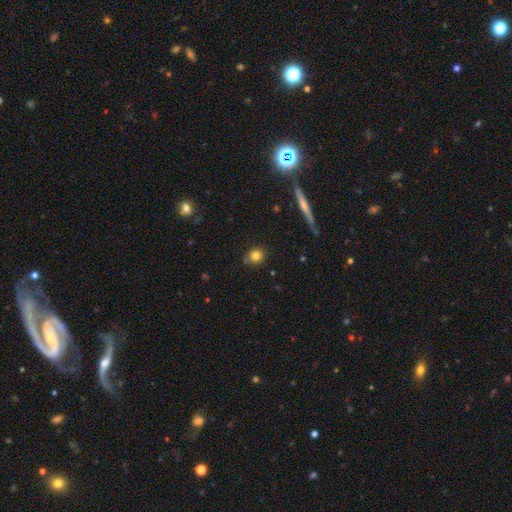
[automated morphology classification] type=smooth (80%); roundness=round (86%); merging=none (77%).